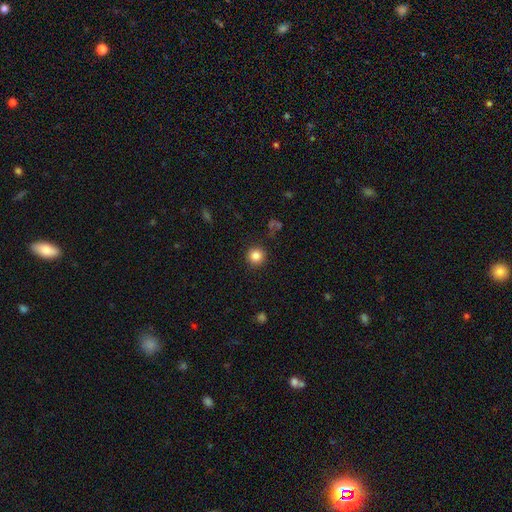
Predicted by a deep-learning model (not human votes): A smooth galaxy with no disk features (84%) that is round (95%).

Vote fractions:
- Smooth or featured? smooth: 84% / star or artifact: 11% / featured or disk: 5%
- How rounded? round: 95% / in between: 4% / cigar-shaped: 1%
- Merging? none: 90% / minor disturbance: 6% / major disturbance: 2% / merger: 1%